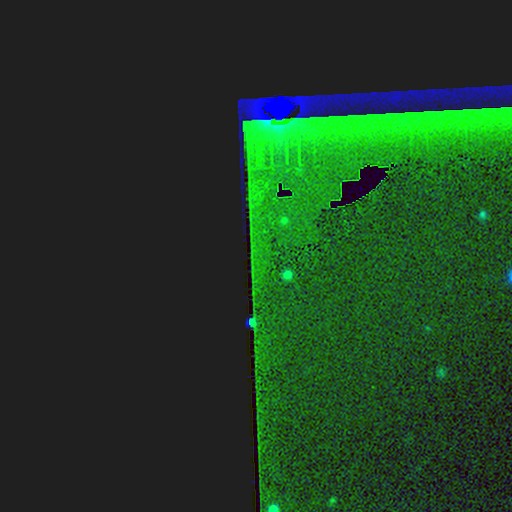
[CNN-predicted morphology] The model was most divided on "smooth or featured": star or artifact: 88%, featured or disk: 6%, smooth: 6%.